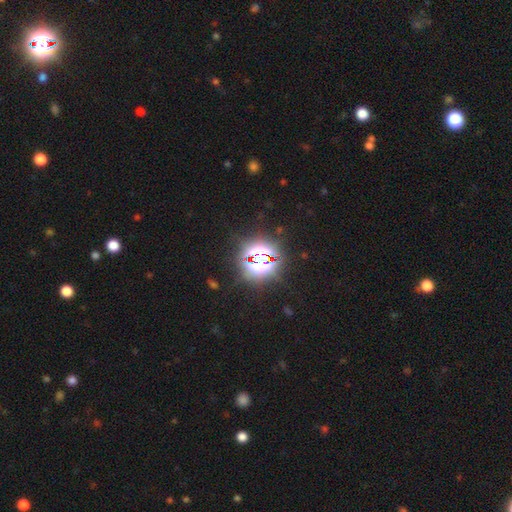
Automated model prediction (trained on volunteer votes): smooth-or-featured: star or artifact: 75% | smooth: 15% | featured or disk: 10%